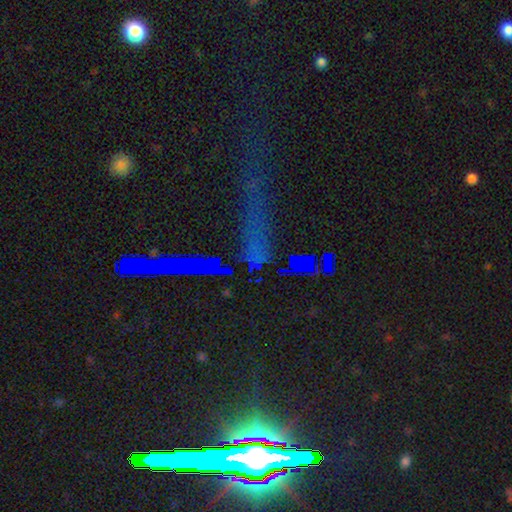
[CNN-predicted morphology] Q: Smooth or featured?
A: star or artifact (76%); runner-up: smooth (13%)